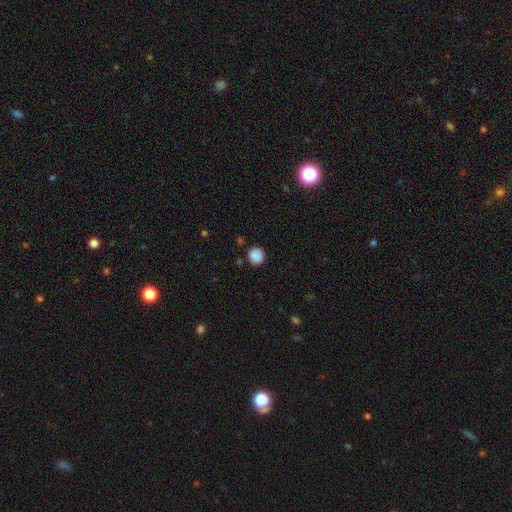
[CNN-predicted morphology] Smooth or featured?
  - smooth: 87% *
  - star or artifact: 9%
  - featured or disk: 4%
How rounded?
  - round: 86% *
  - in between: 13%
  - cigar-shaped: 1%
Merging?
  - none: 84% *
  - minor disturbance: 11%
  - major disturbance: 3%
  - merger: 3%